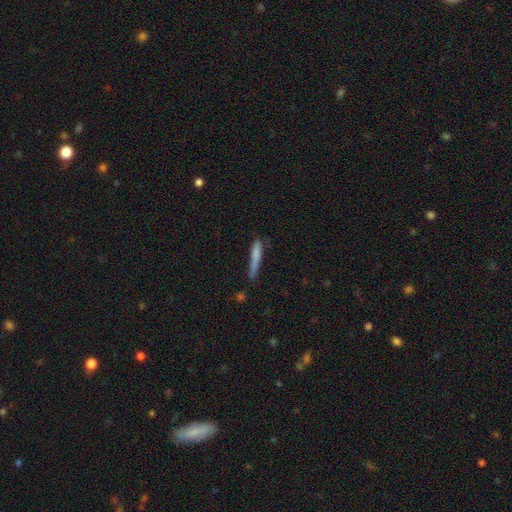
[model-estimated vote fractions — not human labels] The model was most divided on "merging": none: 68%, minor disturbance: 23%, major disturbance: 5%, merger: 4%. More confident: how rounded — cigar-shaped (94%); smooth or featured — smooth (74%).